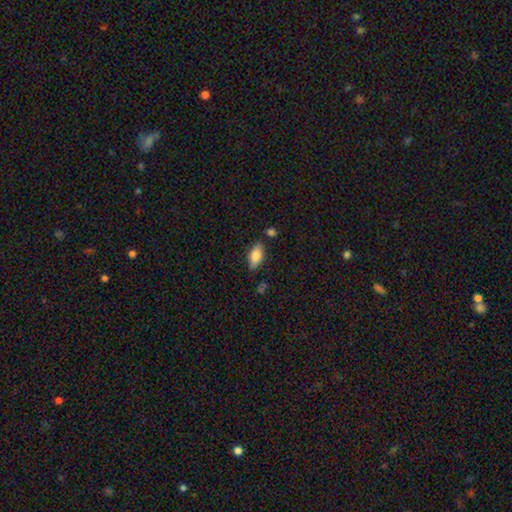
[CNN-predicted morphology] smooth_or_featured: smooth (p=0.80) [alt: featured or disk p=0.13]
how_rounded: in between (p=0.87) [alt: cigar-shaped p=0.11]
merging: none (p=0.79) [alt: minor disturbance p=0.14]